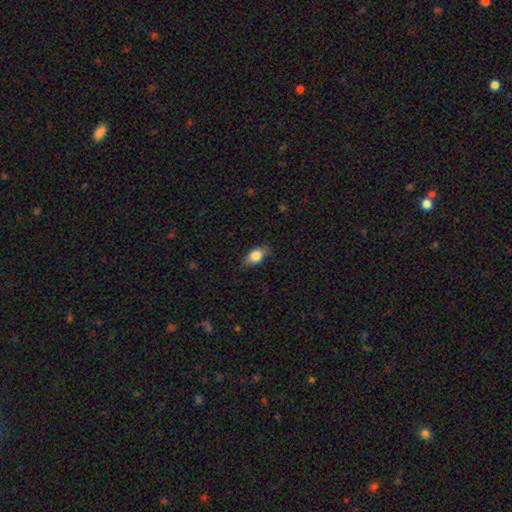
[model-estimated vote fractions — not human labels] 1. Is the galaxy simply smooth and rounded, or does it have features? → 79% smooth, 14% featured or disk, 7% star or artifact.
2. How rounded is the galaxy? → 84% in between, 10% round, 6% cigar-shaped.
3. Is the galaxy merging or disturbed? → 79% none, 17% minor disturbance, 3% major disturbance, 1% merger.